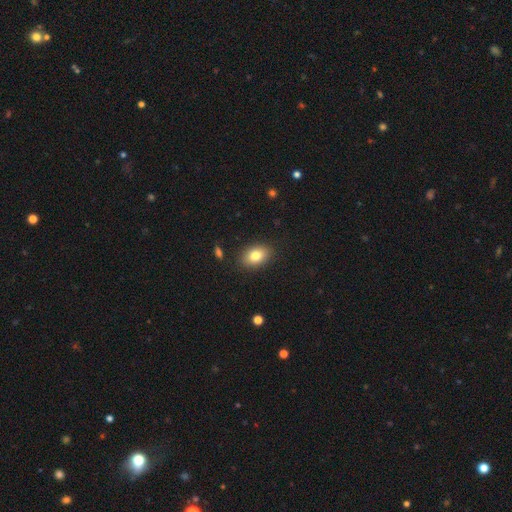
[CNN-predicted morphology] A smooth galaxy with no disk features (80%) that is in between round and cigar-shaped (81%). Merging: none (87%).